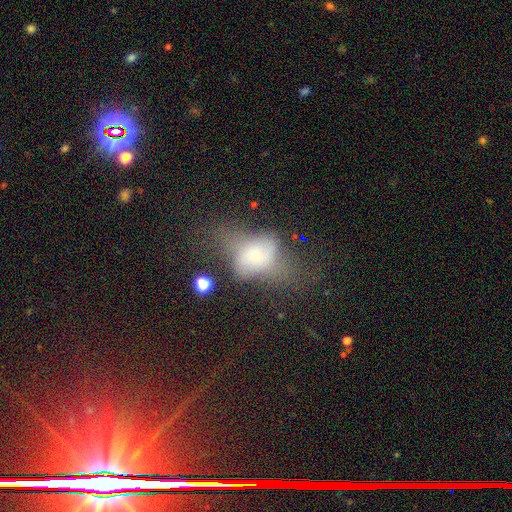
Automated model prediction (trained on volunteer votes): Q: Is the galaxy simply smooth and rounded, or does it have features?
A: smooth — 48%.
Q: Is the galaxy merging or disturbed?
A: major disturbance — 45%.